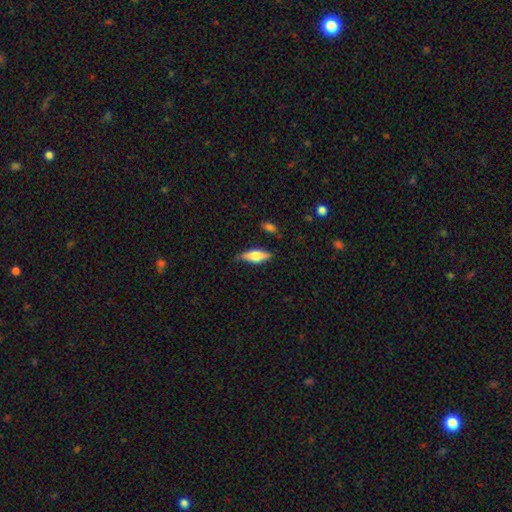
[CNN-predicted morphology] type=smooth (65%); roundness=in between (67%); merging=none (76%).